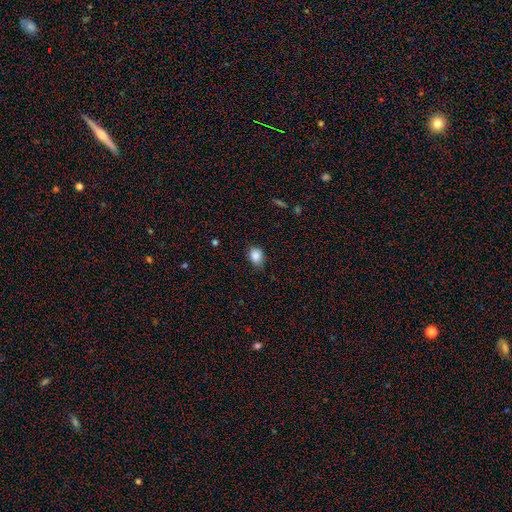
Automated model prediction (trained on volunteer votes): smooth_or_featured: smooth (p=0.86) [alt: star or artifact p=0.09]
how_rounded: in between (p=0.57) [alt: round p=0.42]
merging: none (p=0.75) [alt: minor disturbance p=0.20]